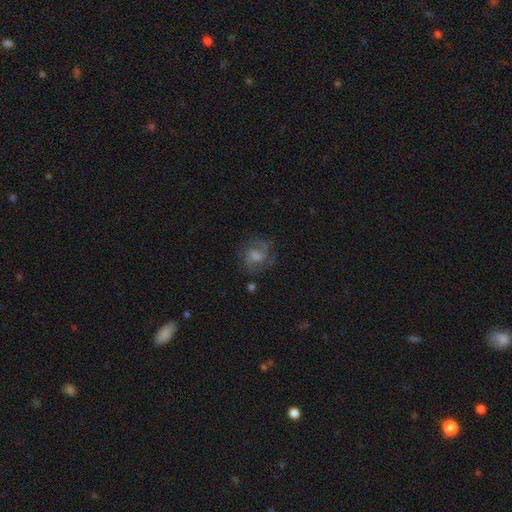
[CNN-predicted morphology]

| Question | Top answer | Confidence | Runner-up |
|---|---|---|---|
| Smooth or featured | featured or disk | 68% | smooth (18%) |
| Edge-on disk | no | 97% | yes (3%) |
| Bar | weak | 46% | no (45%) |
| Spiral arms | yes | 92% | no (8%) |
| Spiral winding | medium | 51% | tight (32%) |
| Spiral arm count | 2 | 55% | can't tell (18%) |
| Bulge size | moderate | 41% | small (28%) |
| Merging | none | 73% | minor disturbance (16%) |